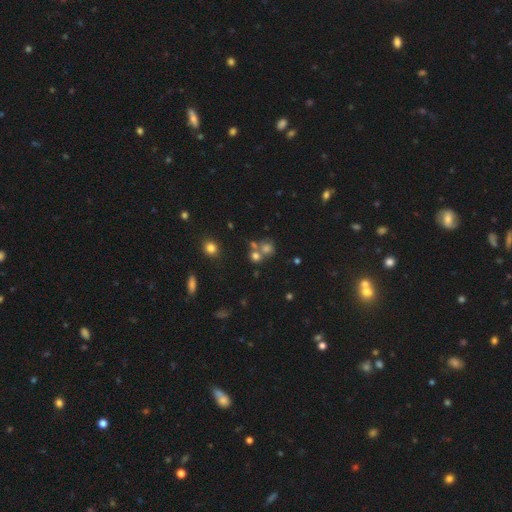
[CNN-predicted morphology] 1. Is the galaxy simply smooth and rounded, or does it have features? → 67% smooth, 20% star or artifact, 13% featured or disk.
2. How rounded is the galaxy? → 82% round, 17% in between, 1% cigar-shaped.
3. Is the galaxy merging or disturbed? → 45% none, 43% merger, 8% minor disturbance, 5% major disturbance.